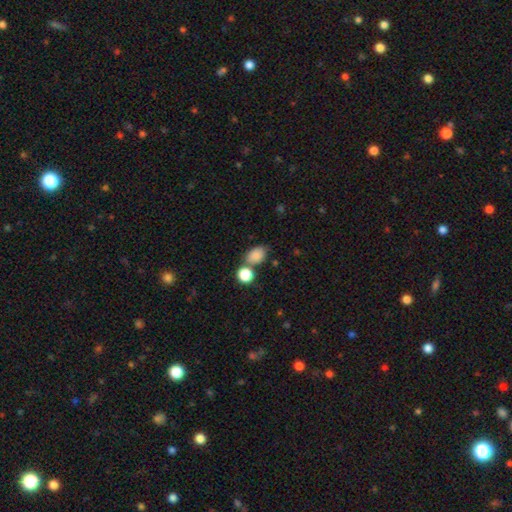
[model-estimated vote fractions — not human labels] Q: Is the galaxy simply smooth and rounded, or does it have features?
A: smooth — 85%.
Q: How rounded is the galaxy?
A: in between — 77%.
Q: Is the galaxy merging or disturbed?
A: none — 57%.